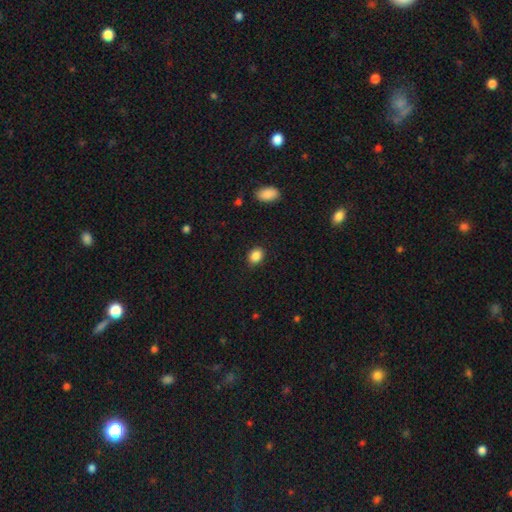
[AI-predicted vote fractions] Overall: smooth (87%). How rounded: in between (52%; round 47%). Merging: none (88%).